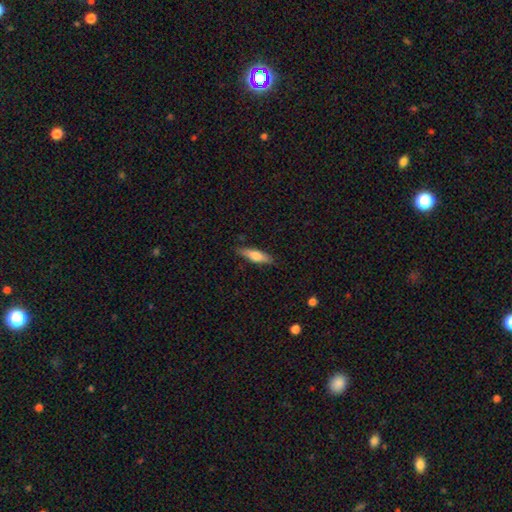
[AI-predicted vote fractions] Smooth or featured? smooth (65%)
How rounded? cigar-shaped (62%)
Merging? none (85%)